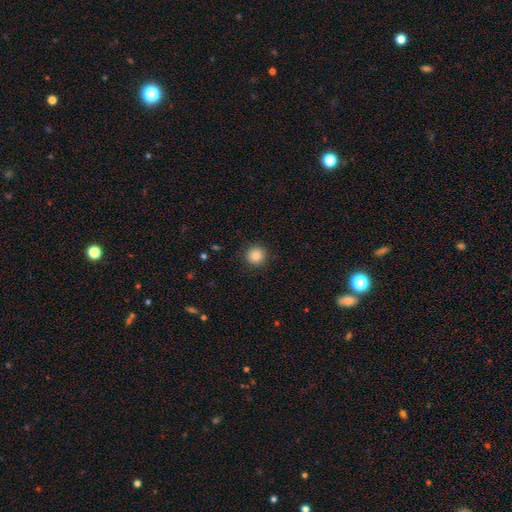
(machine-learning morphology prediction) This appears to be a smooth galaxy with no disk features (85%) that is round (94%). Merging: none (90%).